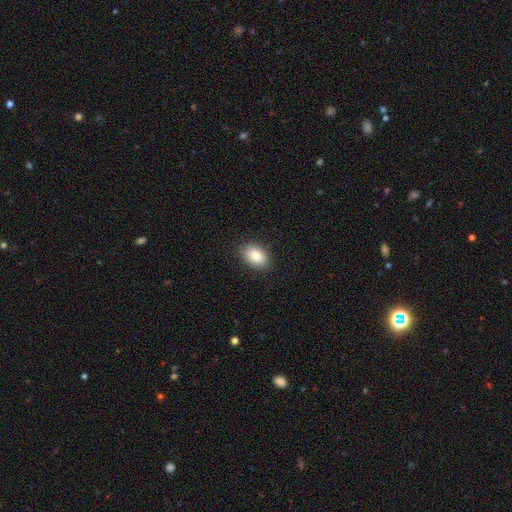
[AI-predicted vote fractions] Smooth or featured?
  - smooth: 84% *
  - featured or disk: 8%
  - star or artifact: 8%
How rounded?
  - in between: 79% *
  - round: 20%
  - cigar-shaped: 1%
Merging?
  - none: 88% *
  - minor disturbance: 9%
  - major disturbance: 2%
  - merger: 1%